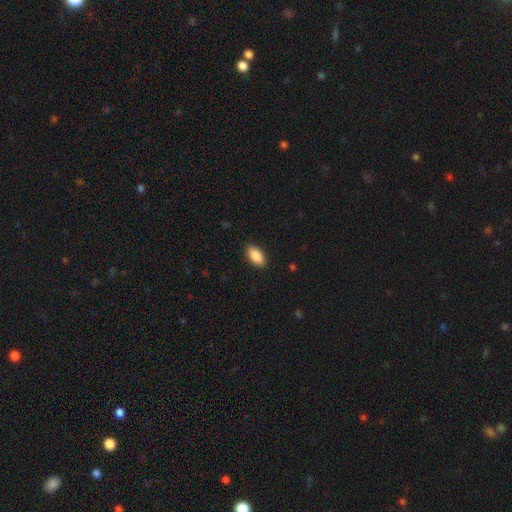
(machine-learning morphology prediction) The model was most divided on "merging": none: 88%, minor disturbance: 9%, major disturbance: 2%, merger: 1%. More confident: how rounded — in between (93%); smooth or featured — smooth (89%).